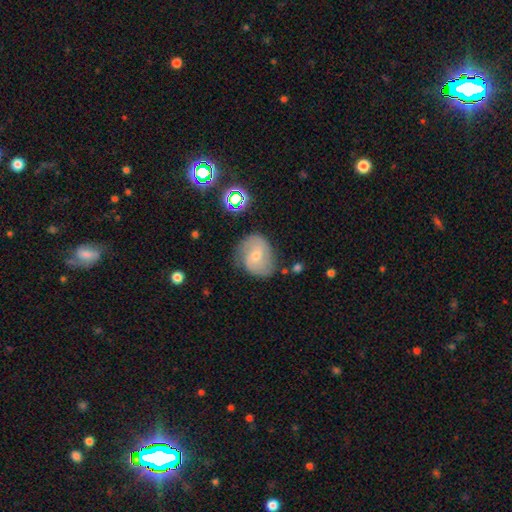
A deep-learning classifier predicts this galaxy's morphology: featured or disk 63%, smooth 26%, star or artifact 11%. Down the decision tree: edge-on disk — no (97%); bar — no (52%); spiral arms — yes (88%); spiral arm count — 2 (68%); spiral winding — medium (43%); bulge size — small (61%); merging — none (69%).